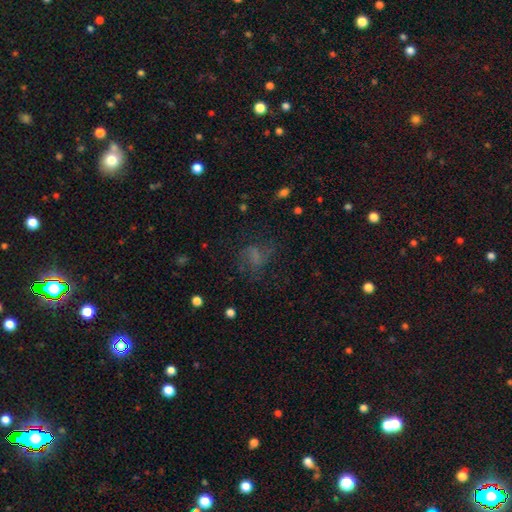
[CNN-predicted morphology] Overall: smooth (46%; featured or disk 33%). Merging: none (52%; major disturbance 26%).